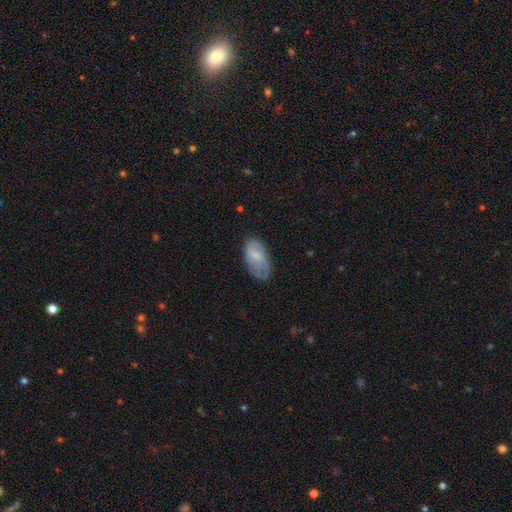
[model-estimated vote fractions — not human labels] A smooth galaxy with no disk features (65%) that is in between round and cigar-shaped (94%). Merging: none (63%).